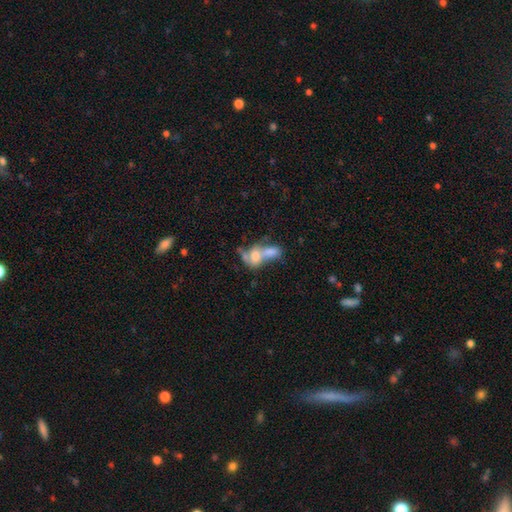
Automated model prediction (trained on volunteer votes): A smooth galaxy with no disk features (50%) that is in between round and cigar-shaped (75%). Merging: merger (71%).